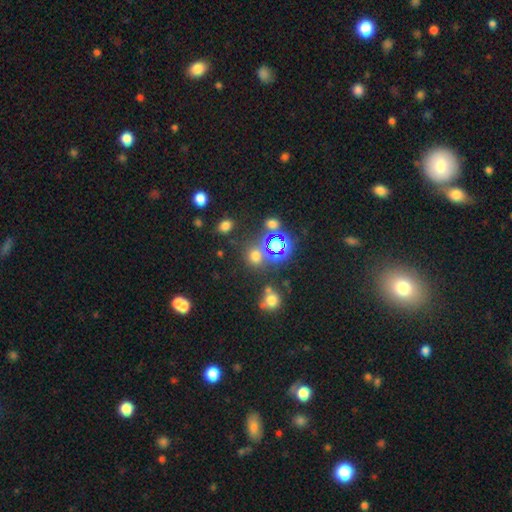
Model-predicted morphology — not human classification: This is possibly a smooth galaxy (54%). How rounded: clearly round (80%). Merging: likely none (72%).